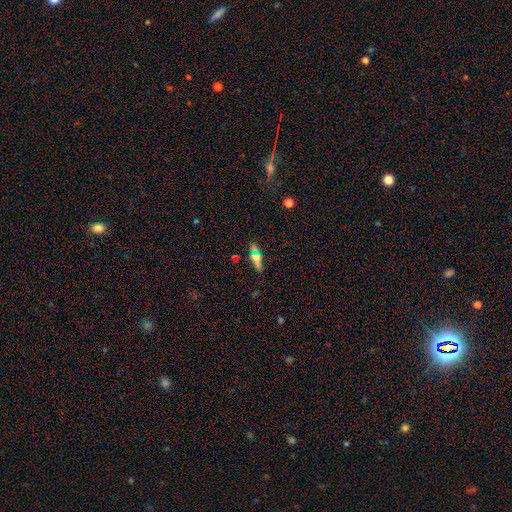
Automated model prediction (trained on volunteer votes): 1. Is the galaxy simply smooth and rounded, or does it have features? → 53% smooth, 30% featured or disk, 17% star or artifact.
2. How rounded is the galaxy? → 55% cigar-shaped, 32% in between, 13% round.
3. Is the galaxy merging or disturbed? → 54% none, 21% merger, 16% minor disturbance, 10% major disturbance.